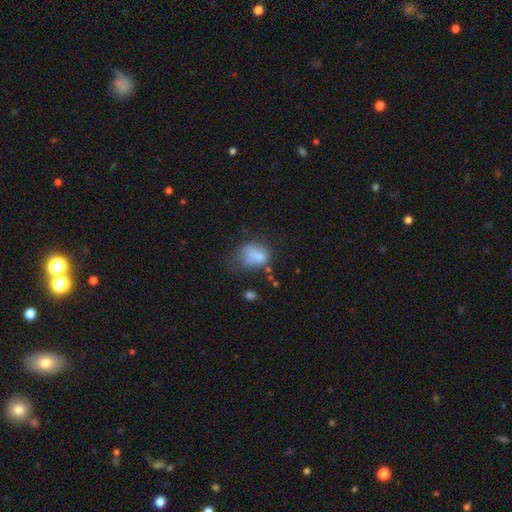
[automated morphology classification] Smooth or featured? smooth (69%)
How rounded? in between (57%)
Merging? none (31%)